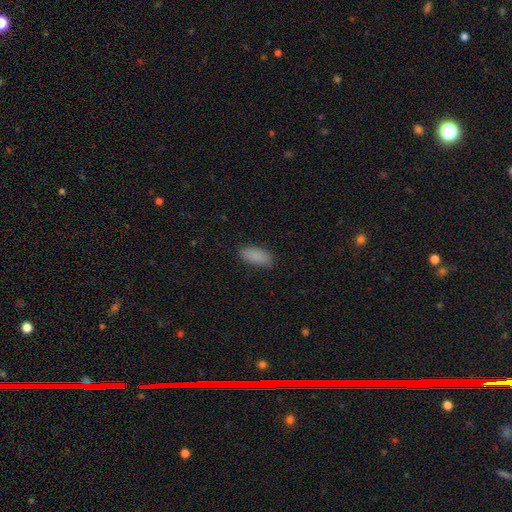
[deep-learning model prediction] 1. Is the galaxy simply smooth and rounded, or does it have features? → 89% smooth, 7% star or artifact, 4% featured or disk.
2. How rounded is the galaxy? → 84% in between, 14% cigar-shaped, 2% round.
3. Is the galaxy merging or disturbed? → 86% none, 11% minor disturbance, 2% major disturbance, 1% merger.